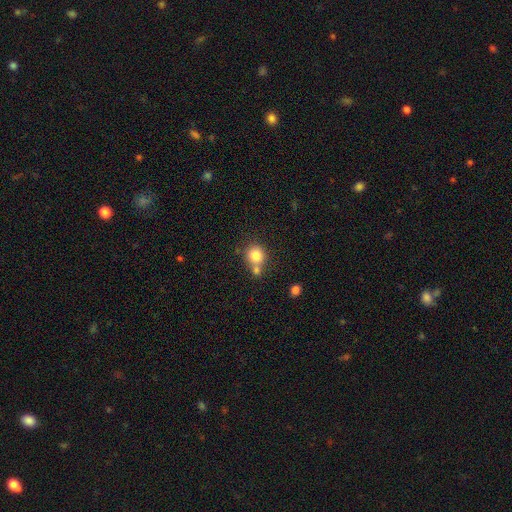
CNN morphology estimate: A smooth galaxy with no disk features (81%) that is round (84%).

Vote fractions:
- Smooth or featured? smooth: 81% / star or artifact: 10% / featured or disk: 9%
- How rounded? round: 84% / in between: 16% / cigar-shaped: 1%
- Merging? none: 52% / merger: 35% / minor disturbance: 10% / major disturbance: 3%